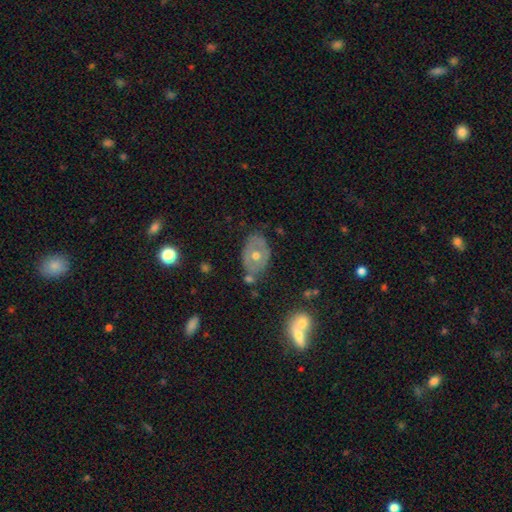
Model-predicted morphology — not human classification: A featured or disk galaxy (53%). Merging: none (71%).